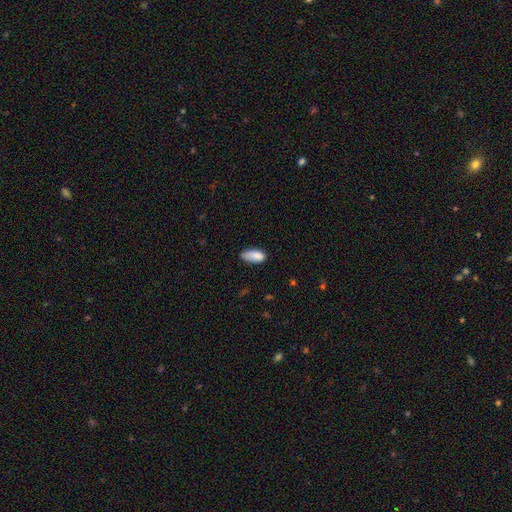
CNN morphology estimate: type=smooth (86%); roundness=in between (87%); merging=none (59%).